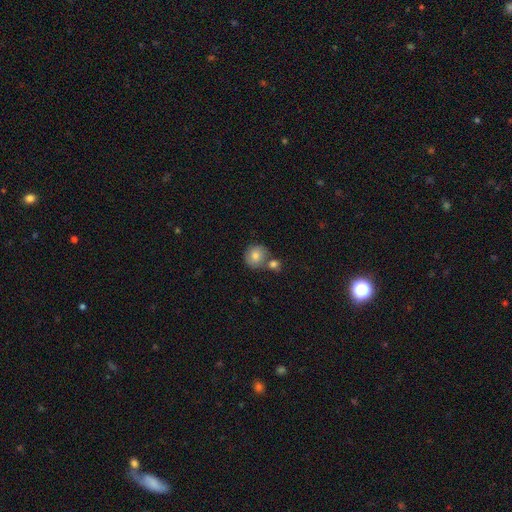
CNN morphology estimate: This appears to be a smooth galaxy with no disk features (79%) that is round (86%). Merging: none (52%).